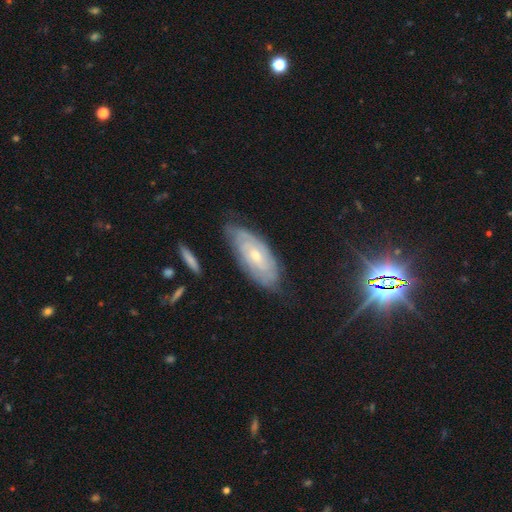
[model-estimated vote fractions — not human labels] This appears to be a featured or disk galaxy (75%) with no bar (59%), tight (74%) spiral arms (91%) and a small central bulge (58%). Merging: none (71%).